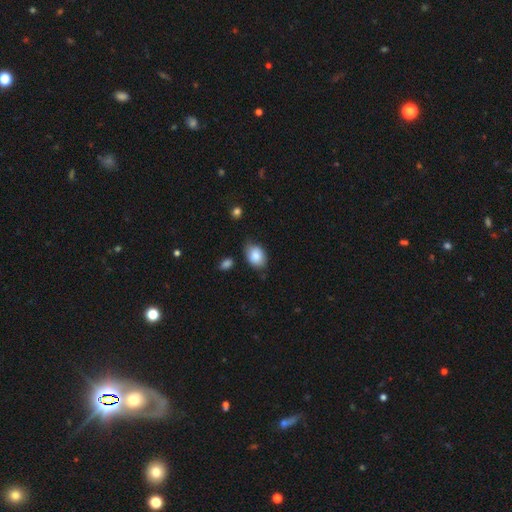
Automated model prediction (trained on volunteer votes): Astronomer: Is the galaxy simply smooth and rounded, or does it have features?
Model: smooth — 85%.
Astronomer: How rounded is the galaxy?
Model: in between — 80%.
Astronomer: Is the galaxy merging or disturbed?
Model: none — 71%.